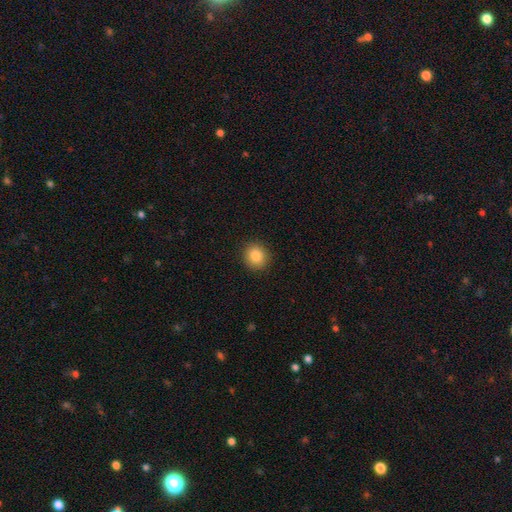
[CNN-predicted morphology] smooth_or_featured: smooth (p=0.85) [alt: star or artifact p=0.09]
how_rounded: round (p=0.83) [alt: in between p=0.16]
merging: none (p=0.91) [alt: minor disturbance p=0.06]